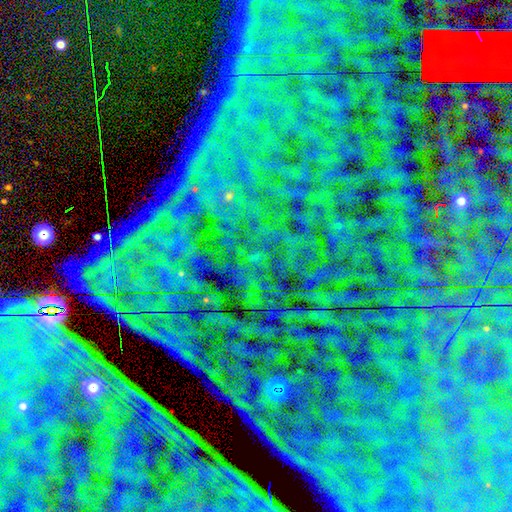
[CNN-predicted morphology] The model was most divided on "smooth or featured": star or artifact: 86%, featured or disk: 7%, smooth: 6%.